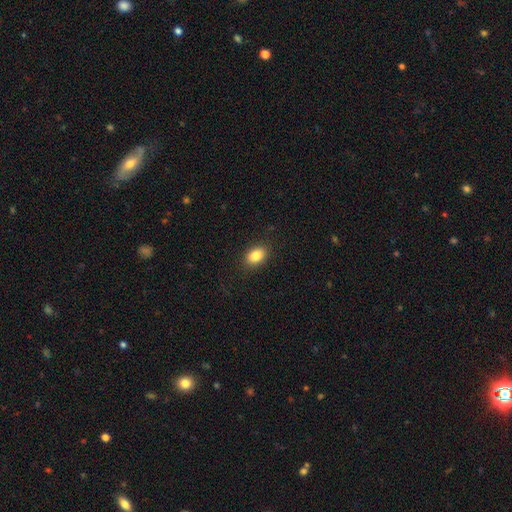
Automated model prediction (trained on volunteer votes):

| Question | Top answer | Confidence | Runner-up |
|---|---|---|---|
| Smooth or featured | smooth | 84% | star or artifact (9%) |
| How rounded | in between | 78% | round (20%) |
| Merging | none | 88% | minor disturbance (9%) |